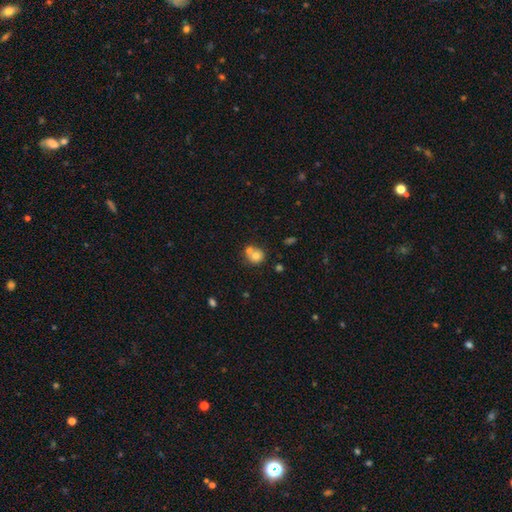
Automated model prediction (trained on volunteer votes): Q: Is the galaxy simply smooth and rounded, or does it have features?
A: smooth — 74%.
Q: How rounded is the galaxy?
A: round — 81%.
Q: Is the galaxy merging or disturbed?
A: merger — 46%.